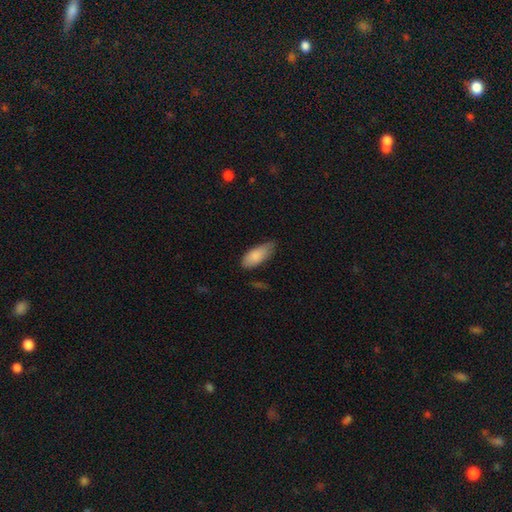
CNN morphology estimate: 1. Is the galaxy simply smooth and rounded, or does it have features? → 86% smooth, 8% featured or disk, 6% star or artifact.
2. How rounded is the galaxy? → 84% in between, 14% cigar-shaped, 2% round.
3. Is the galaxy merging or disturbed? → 58% none, 35% minor disturbance, 5% major disturbance, 2% merger.